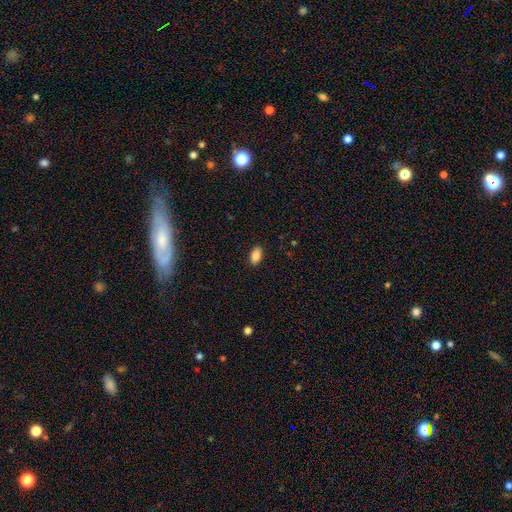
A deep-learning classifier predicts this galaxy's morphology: Smooth or featured: smooth — 87% (star or artifact — 8%)
How rounded: in between — 92% (round — 5%)
Merging: none — 89% (minor disturbance — 8%)